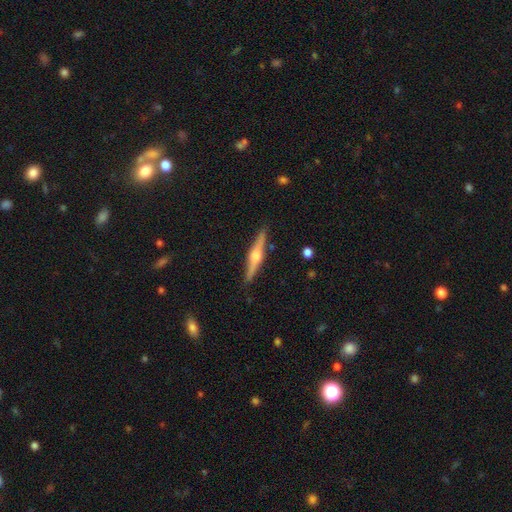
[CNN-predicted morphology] This appears to be a featured or disk galaxy (77%) viewed edge-on (98%) with a rounded central bulge (91%). Merging: none (89%).